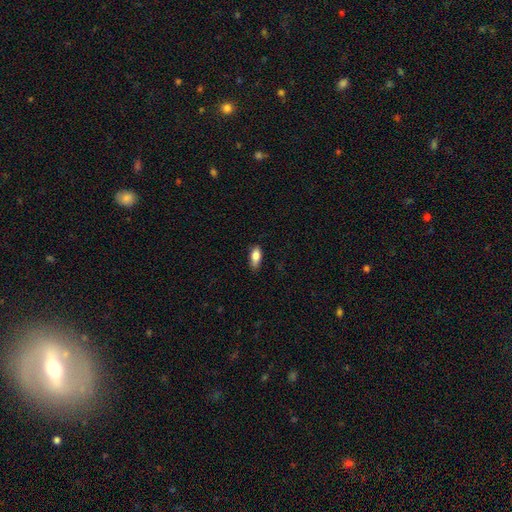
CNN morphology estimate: Smooth or featured: smooth — 81% (featured or disk — 11%)
How rounded: in between — 83% (cigar-shaped — 14%)
Merging: none — 76% (minor disturbance — 19%)